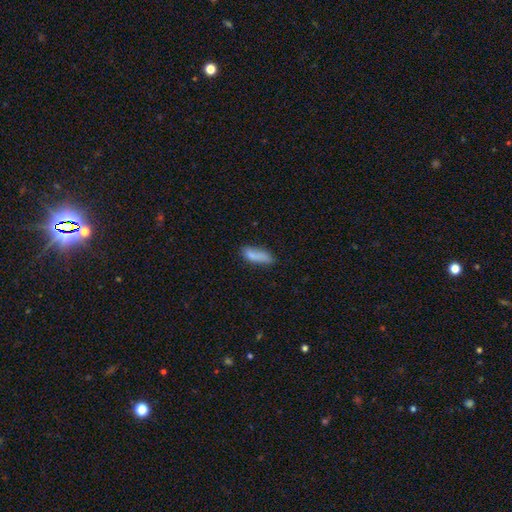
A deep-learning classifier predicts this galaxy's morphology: smooth_or_featured: smooth (p=0.82) [alt: featured or disk p=0.10]
how_rounded: in between (p=0.54) [alt: cigar-shaped p=0.44]
merging: none (p=0.62) [alt: minor disturbance p=0.26]